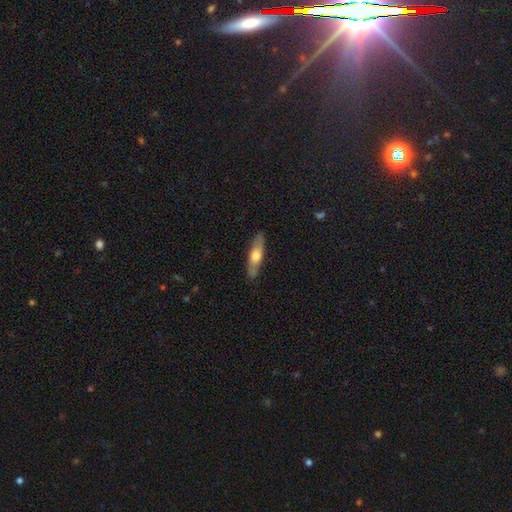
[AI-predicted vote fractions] smooth_or_featured: smooth (p=0.51) [alt: featured or disk p=0.44]
how_rounded: cigar-shaped (p=0.67) [alt: in between p=0.31]
merging: none (p=0.86) [alt: minor disturbance p=0.10]